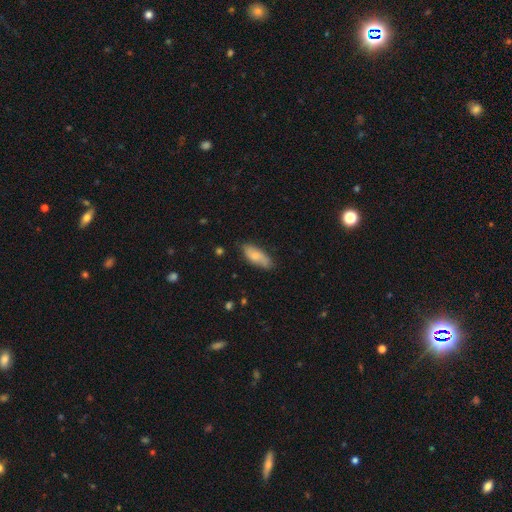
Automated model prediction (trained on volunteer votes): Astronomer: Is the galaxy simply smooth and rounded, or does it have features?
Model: smooth — 73%.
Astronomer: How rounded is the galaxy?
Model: in between — 80%.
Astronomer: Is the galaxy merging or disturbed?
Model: none — 71%.